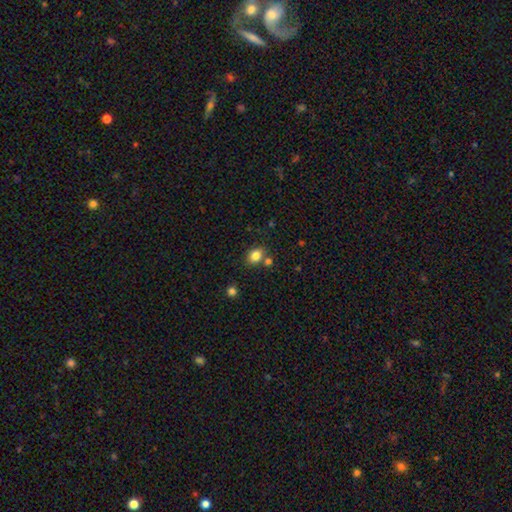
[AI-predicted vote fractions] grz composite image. It shows a smooth galaxy with no disk features (82%) that is in between round and cigar-shaped (63%). Merging: none (69%).